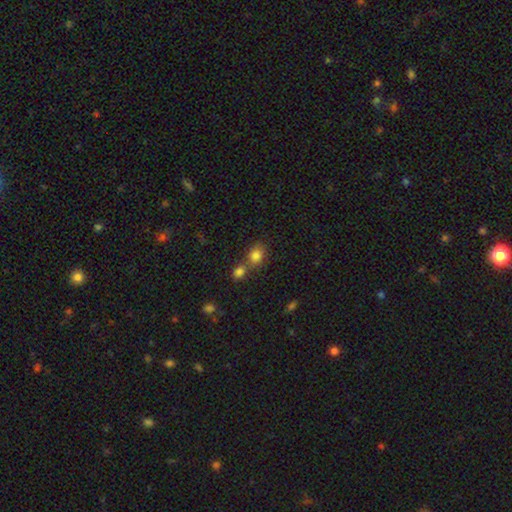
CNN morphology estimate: Smooth or featured? Predicted: smooth (p=0.82). How rounded? Predicted: round (p=0.53). Merging? Predicted: none (p=0.46).